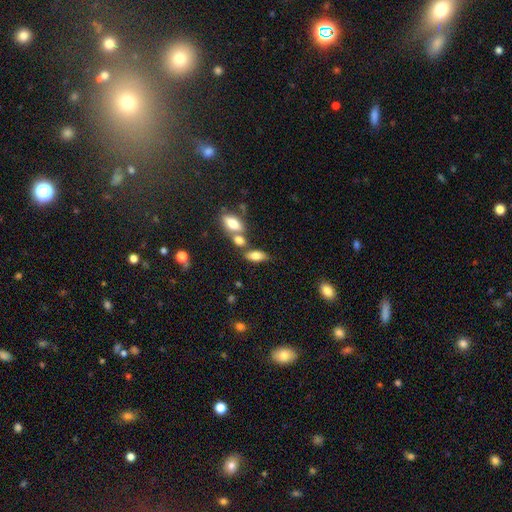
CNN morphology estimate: Overall: smooth (78%). How rounded: in between (82%). Merging: none (57%; merger 25%).